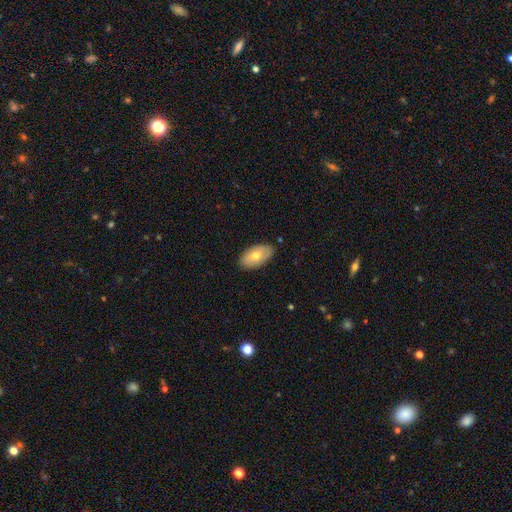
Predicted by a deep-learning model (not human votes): smooth_or_featured: smooth (p=0.66) [alt: featured or disk p=0.28]
how_rounded: in between (p=0.94) [alt: round p=0.04]
merging: none (p=0.85) [alt: minor disturbance p=0.12]